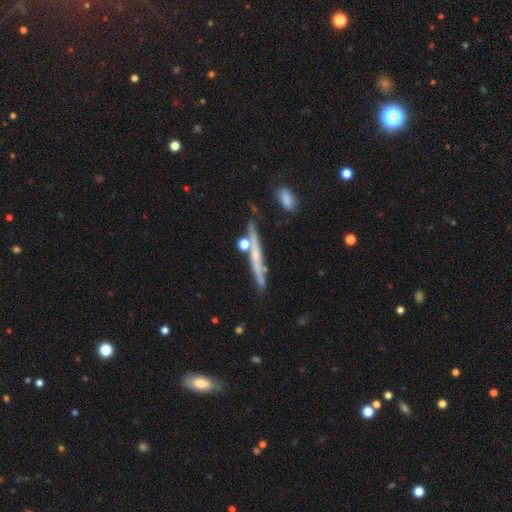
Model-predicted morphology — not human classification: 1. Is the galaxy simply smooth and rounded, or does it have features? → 59% featured or disk, 32% smooth, 9% star or artifact.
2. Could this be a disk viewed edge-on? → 89% yes, 11% no.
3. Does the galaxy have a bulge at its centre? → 61% none, 31% rounded, 8% boxy.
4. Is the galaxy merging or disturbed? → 69% none, 17% minor disturbance, 9% merger, 5% major disturbance.